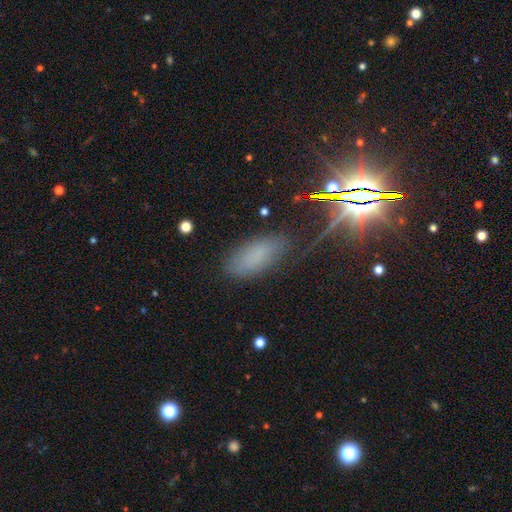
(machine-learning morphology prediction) smooth-or-featured: smooth: 56% | star or artifact: 32% | featured or disk: 12%
  how-rounded: in between: 85% | cigar-shaped: 12% | round: 3%
  merging: none: 74% | minor disturbance: 18% | major disturbance: 7% | merger: 2%